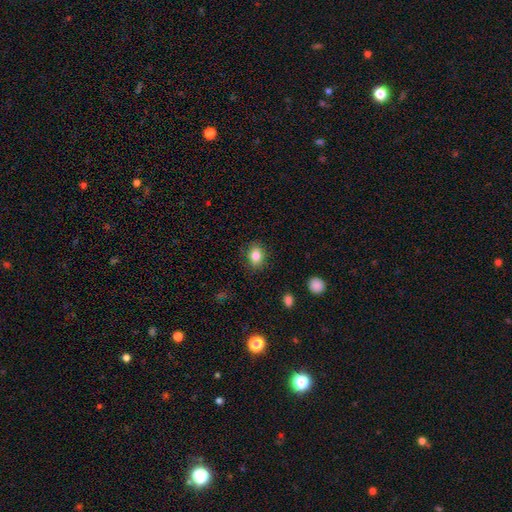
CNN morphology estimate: The model was most divided on "how rounded": in between: 59%, round: 40%, cigar-shaped: 1%. More confident: merging — none (85%); smooth or featured — smooth (84%).